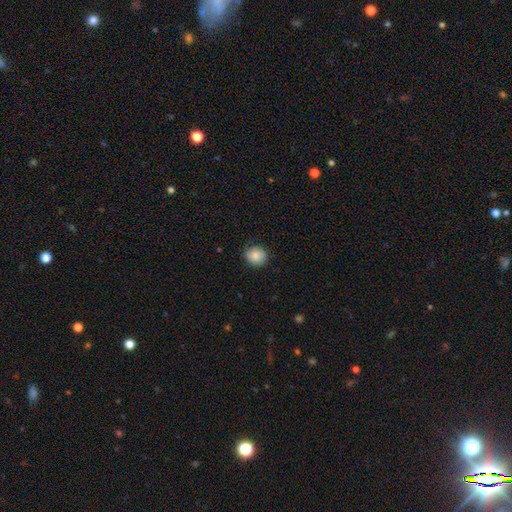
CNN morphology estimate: A smooth galaxy with no disk features (85%) that is round (82%).

Vote fractions:
- Smooth or featured? smooth: 85% / star or artifact: 8% / featured or disk: 7%
- How rounded? round: 82% / in between: 17% / cigar-shaped: 1%
- Merging? none: 83% / minor disturbance: 14% / major disturbance: 3% / merger: 1%